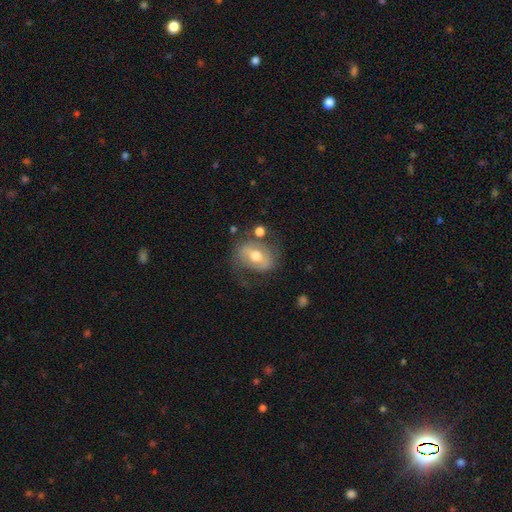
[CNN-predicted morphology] Overall: featured or disk (52%; smooth 40%). Edge-on disk: no (94%). Merging: none (57%; minor disturbance 22%).